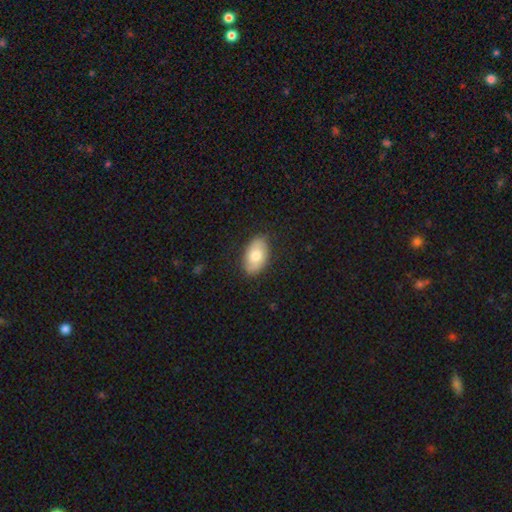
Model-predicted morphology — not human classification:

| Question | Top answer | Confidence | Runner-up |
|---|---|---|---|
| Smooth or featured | smooth | 76% | featured or disk (17%) |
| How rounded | in between | 92% | round (6%) |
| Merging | none | 82% | minor disturbance (14%) |